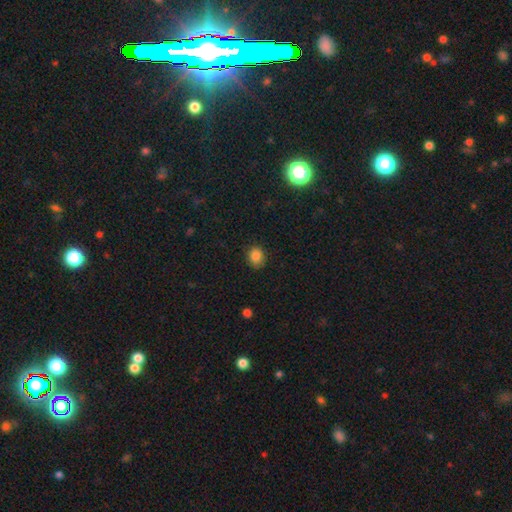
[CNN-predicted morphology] The model was most divided on "how rounded": round: 72%, in between: 27%, cigar-shaped: 1%. More confident: merging — none (86%); smooth or featured — smooth (84%).